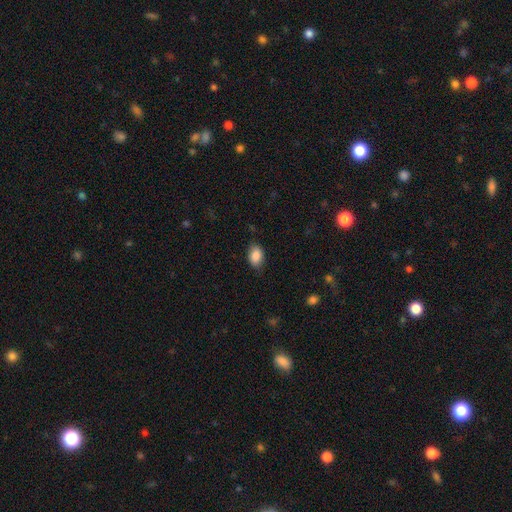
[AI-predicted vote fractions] smooth_or_featured: smooth (p=0.88) [alt: star or artifact p=0.07]
how_rounded: in between (p=0.87) [alt: round p=0.12]
merging: none (p=0.81) [alt: minor disturbance p=0.14]